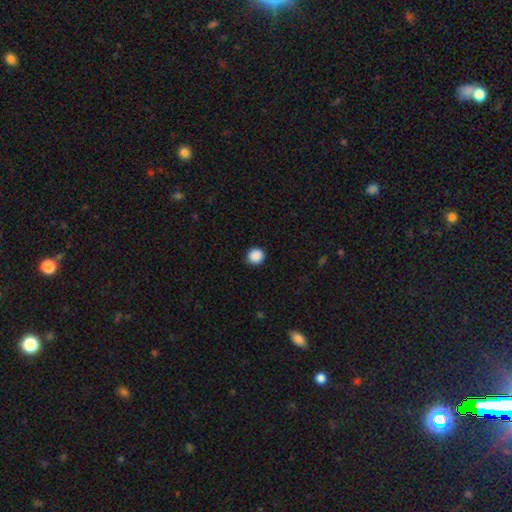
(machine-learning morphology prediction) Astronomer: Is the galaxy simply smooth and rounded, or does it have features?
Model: smooth — 89%.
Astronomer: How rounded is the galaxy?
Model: round — 92%.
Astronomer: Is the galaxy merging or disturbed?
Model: none — 92%.